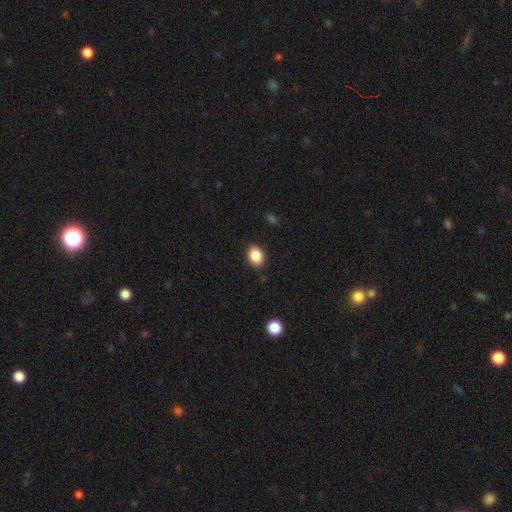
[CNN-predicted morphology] Smooth or featured? Predicted: smooth (p=0.87). How rounded? Predicted: in between (p=0.60). Merging? Predicted: none (p=0.88).